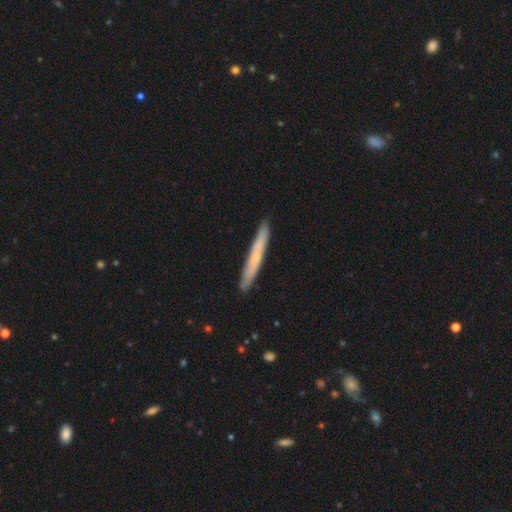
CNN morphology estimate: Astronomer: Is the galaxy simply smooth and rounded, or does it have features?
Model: featured or disk — 47%, tied with smooth at 47%.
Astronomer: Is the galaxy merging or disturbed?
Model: none — 90%.